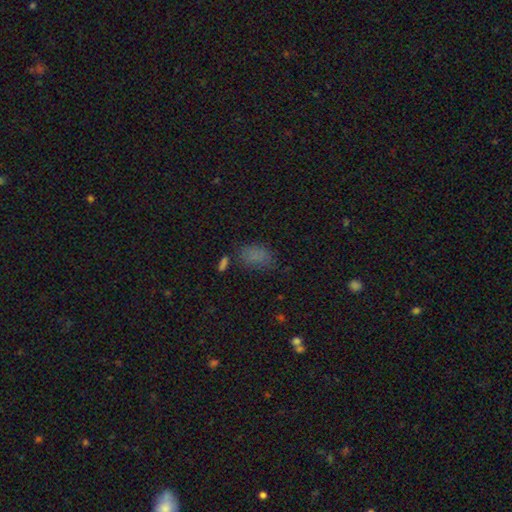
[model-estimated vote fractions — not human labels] The model was most divided on "merging": none: 63%, minor disturbance: 22%, major disturbance: 9%, merger: 6%. More confident: how rounded — in between (88%); smooth or featured — smooth (75%).